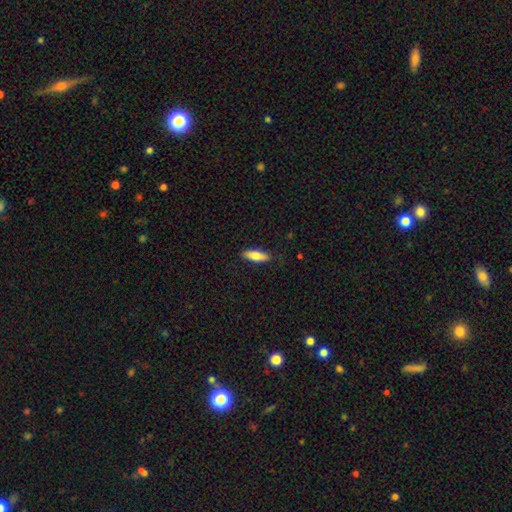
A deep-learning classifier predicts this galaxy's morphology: Smooth or featured? Predicted: smooth (p=0.76). How rounded? Predicted: in between (p=0.49, tied with cigar-shaped). Merging? Predicted: none (p=0.86).